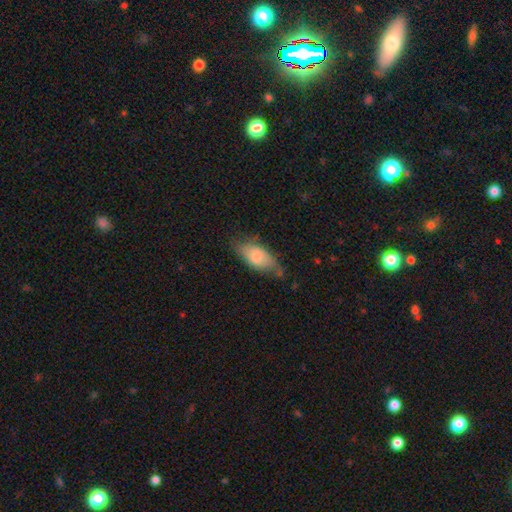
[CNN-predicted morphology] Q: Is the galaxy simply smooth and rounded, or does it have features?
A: smooth — 72%.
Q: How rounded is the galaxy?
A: in between — 87%.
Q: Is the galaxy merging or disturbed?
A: none — 55%.